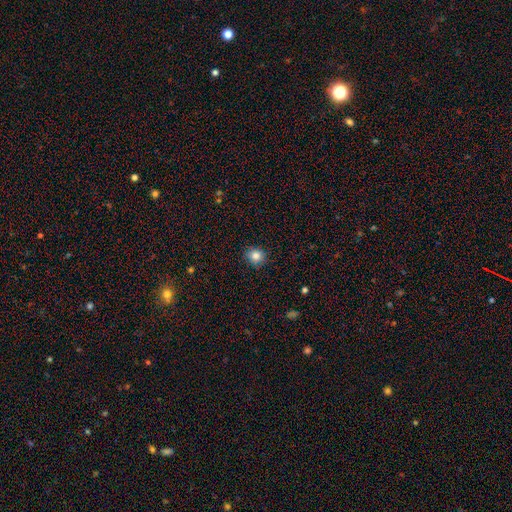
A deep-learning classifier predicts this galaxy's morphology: The model was most divided on "how rounded": round: 83%, in between: 16%, cigar-shaped: 1%. More confident: merging — none (86%); smooth or featured — smooth (83%).